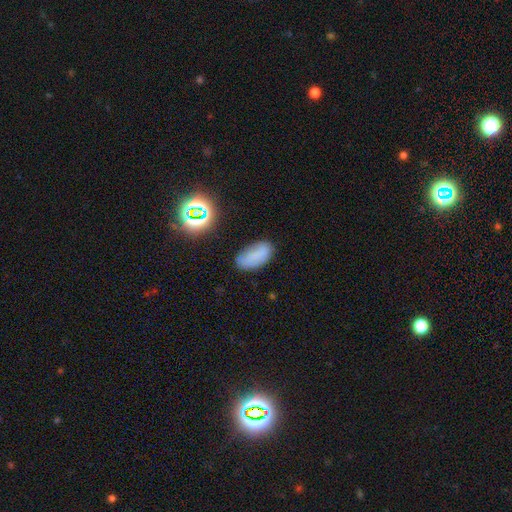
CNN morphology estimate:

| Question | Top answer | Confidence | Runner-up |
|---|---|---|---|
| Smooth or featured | smooth | 74% | star or artifact (14%) |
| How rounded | in between | 92% | round (4%) |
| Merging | none | 73% | minor disturbance (19%) |